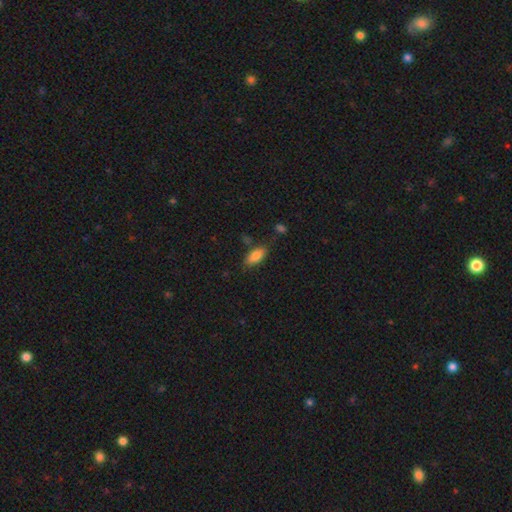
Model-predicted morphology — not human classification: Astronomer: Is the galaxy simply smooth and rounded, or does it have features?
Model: smooth — 83%.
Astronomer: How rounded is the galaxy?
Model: in between — 83%.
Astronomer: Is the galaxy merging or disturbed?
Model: none — 75%.